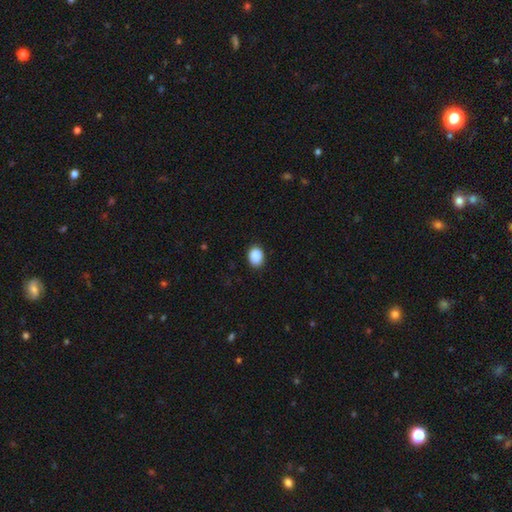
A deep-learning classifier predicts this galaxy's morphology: Smooth or featured? smooth (90%)
How rounded? in between (62%)
Merging? none (89%)